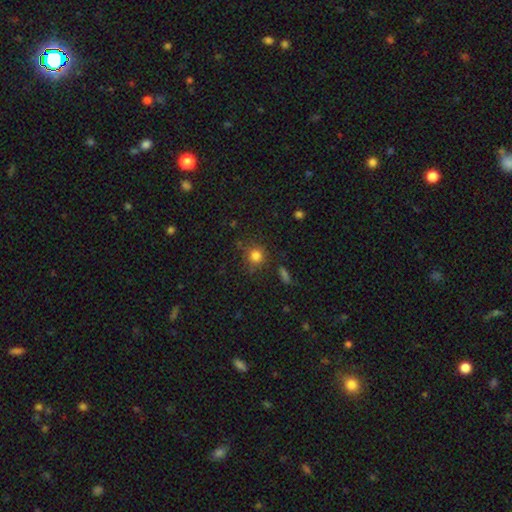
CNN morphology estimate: A smooth galaxy with no disk features (81%) that is round (90%). Merging: none (78%).